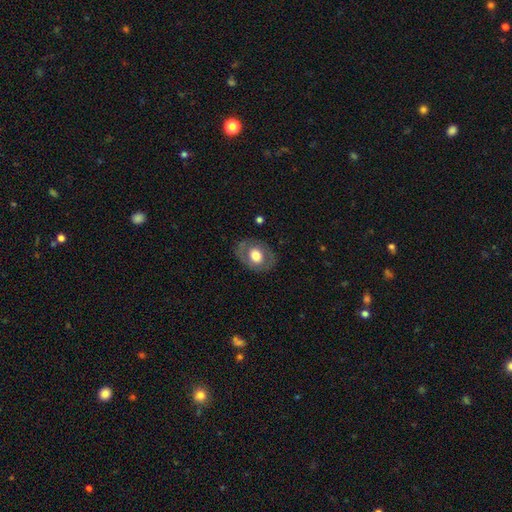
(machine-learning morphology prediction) This appears to be a smooth galaxy with no disk features (54%) that is in between round and cigar-shaped (58%). Merging: none (79%).